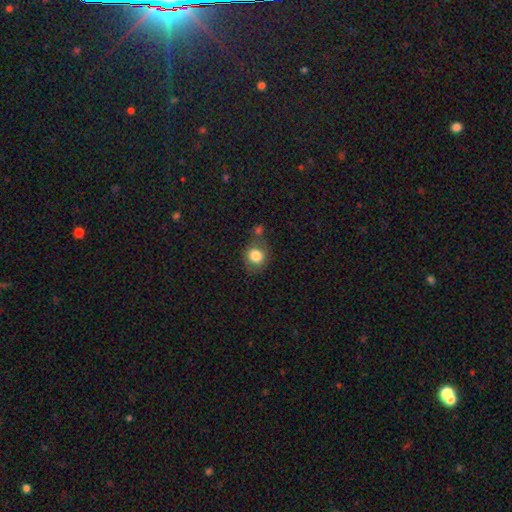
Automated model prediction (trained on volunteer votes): Morphology: type=smooth (82%); roundness=round (73%); merging=none (61%).